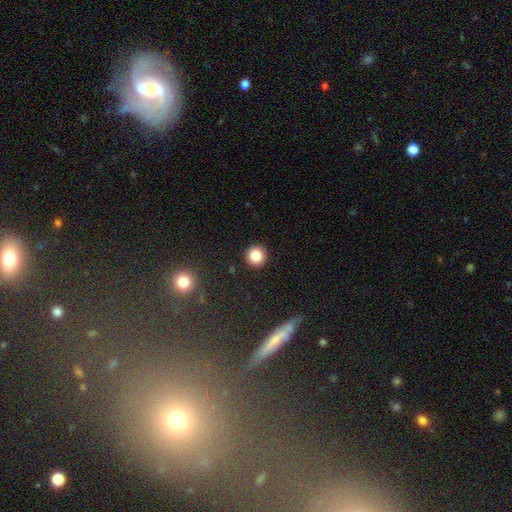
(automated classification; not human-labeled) smooth-or-featured: smooth: 84% | star or artifact: 11% | featured or disk: 5%
  how-rounded: round: 95% | in between: 4% | cigar-shaped: 1%
  merging: none: 92% | minor disturbance: 5% | major disturbance: 2% | merger: 1%